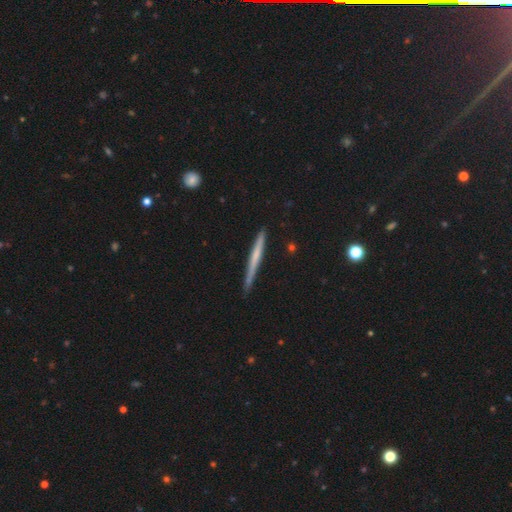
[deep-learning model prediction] smooth_or_featured: featured or disk (p=0.49) [alt: smooth p=0.46]
merging: none (p=0.84) [alt: minor disturbance p=0.13]